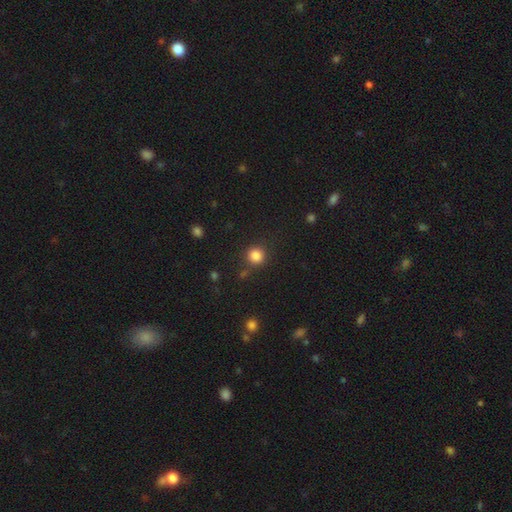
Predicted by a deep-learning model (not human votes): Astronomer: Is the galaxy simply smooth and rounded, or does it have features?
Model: smooth — 85%.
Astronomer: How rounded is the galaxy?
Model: round — 92%.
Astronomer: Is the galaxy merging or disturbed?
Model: none — 85%.